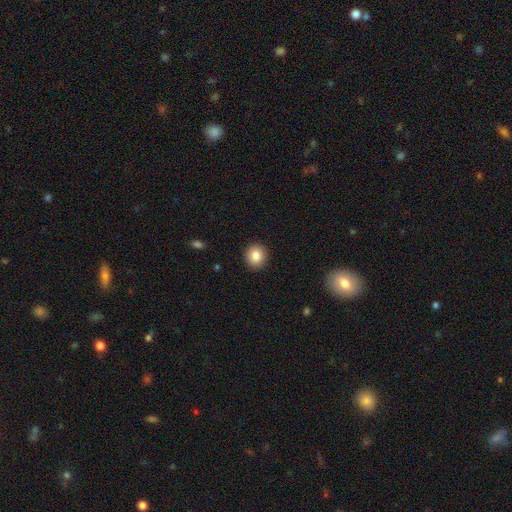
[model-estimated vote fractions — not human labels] A smooth galaxy with no disk features (85%) that is round (88%). Merging: none (92%).